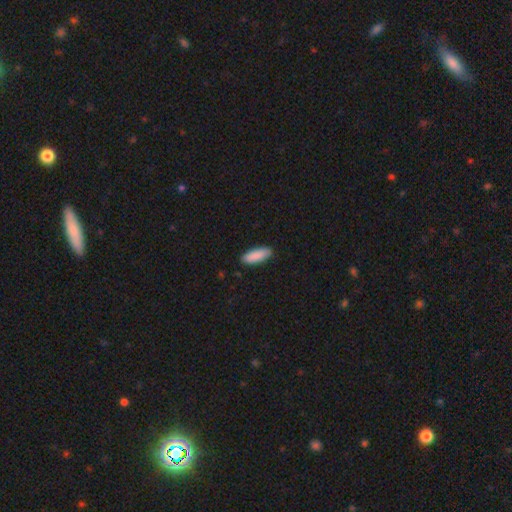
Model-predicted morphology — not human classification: This appears to be a smooth galaxy with no disk features (90%) that is in between round and cigar-shaped (63%). Merging: none (89%).